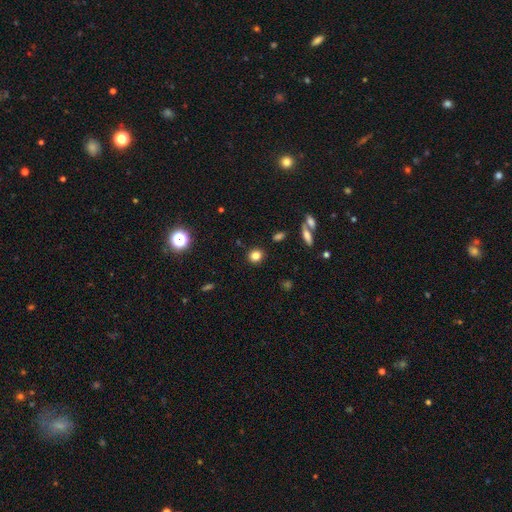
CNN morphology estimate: A smooth galaxy with no disk features (82%) that is round (84%).

Vote fractions:
- Smooth or featured? smooth: 82% / star or artifact: 13% / featured or disk: 6%
- How rounded? round: 84% / in between: 15% / cigar-shaped: 1%
- Merging? none: 89% / minor disturbance: 6% / merger: 3% / major disturbance: 2%